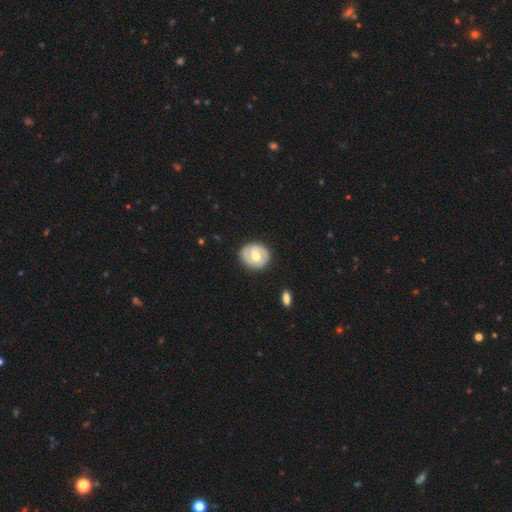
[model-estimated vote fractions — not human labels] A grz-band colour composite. It shows a featured or disk galaxy (59%) with no bar (45%), spiral arms (68%) and a moderate central bulge (76%). Merging: none (84%).